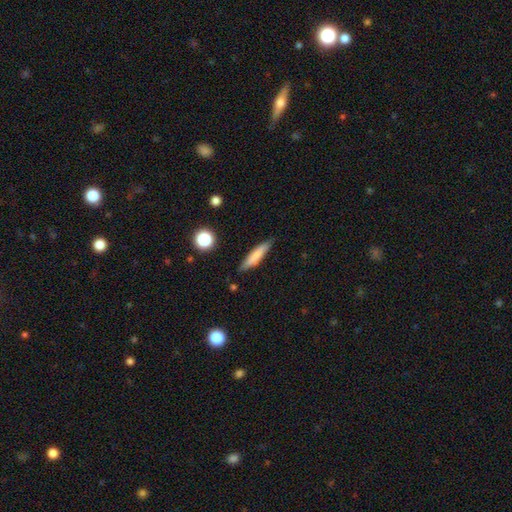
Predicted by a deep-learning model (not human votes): Smooth or featured: smooth — 75% (featured or disk — 18%)
How rounded: cigar-shaped — 85% (in between — 14%)
Merging: none — 84% (minor disturbance — 12%)